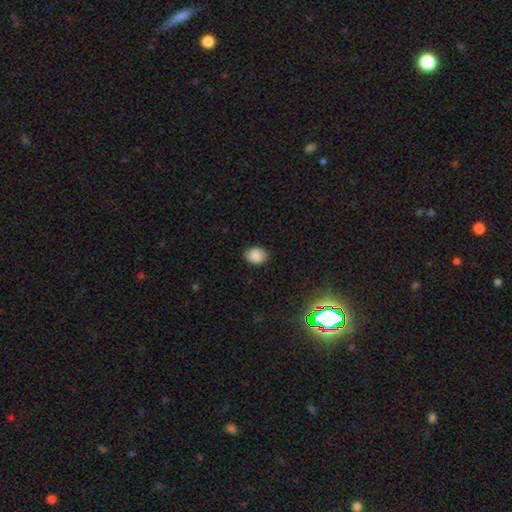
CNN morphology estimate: smooth-or-featured: smooth: 85% | star or artifact: 10% | featured or disk: 6%
  how-rounded: in between: 58% | round: 41% | cigar-shaped: 1%
  merging: none: 84% | minor disturbance: 13% | major disturbance: 3% | merger: 1%